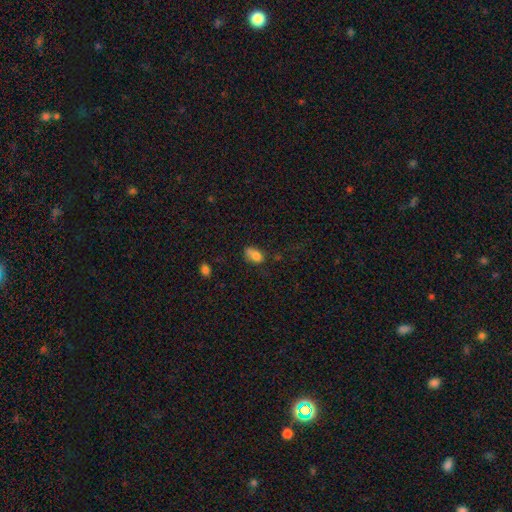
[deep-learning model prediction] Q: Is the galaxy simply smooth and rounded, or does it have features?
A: smooth — 78%.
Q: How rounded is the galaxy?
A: in between — 84%.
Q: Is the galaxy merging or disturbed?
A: none — 39%.